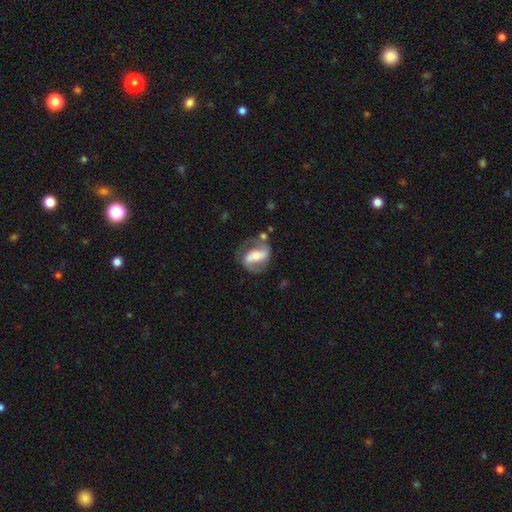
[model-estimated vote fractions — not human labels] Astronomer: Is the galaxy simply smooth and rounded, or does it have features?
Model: featured or disk — 73%.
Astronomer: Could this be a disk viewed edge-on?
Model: no — 94%.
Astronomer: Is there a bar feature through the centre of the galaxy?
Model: strong — 53%.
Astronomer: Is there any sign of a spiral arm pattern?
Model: yes — 84%.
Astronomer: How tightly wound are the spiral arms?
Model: medium — 46% (runner-up: loose, 29%).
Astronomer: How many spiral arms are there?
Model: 2 — 85%.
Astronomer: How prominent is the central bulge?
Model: moderate — 49% (runner-up: small, 34%).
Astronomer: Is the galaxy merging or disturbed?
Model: none — 62%.